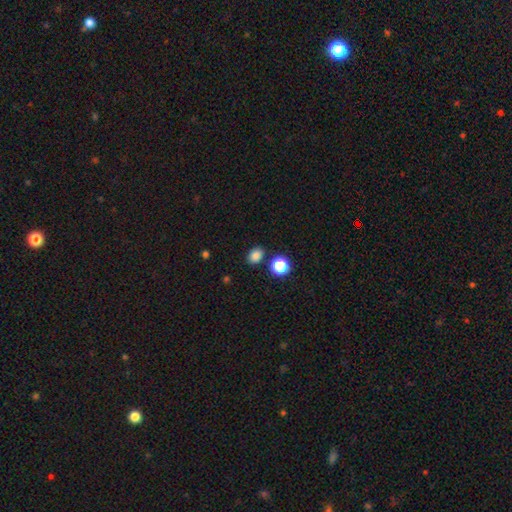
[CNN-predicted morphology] smooth 83%, star or artifact 13%, featured or disk 4%. Down the decision tree: how rounded — in between (55%); merging — none (81%).